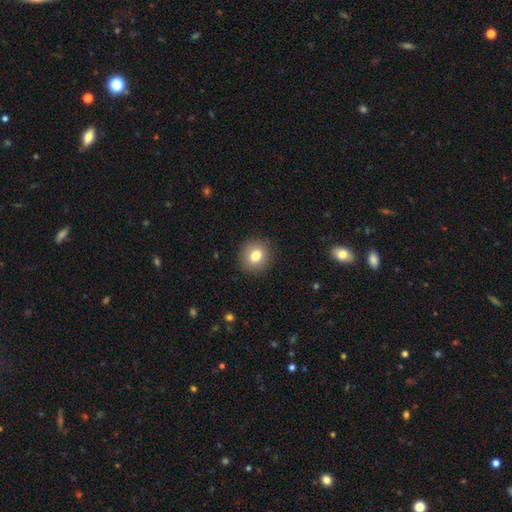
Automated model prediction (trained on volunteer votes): smooth 79%, featured or disk 11%, star or artifact 10%. Down the decision tree: how rounded — round (86%); merging — none (90%).